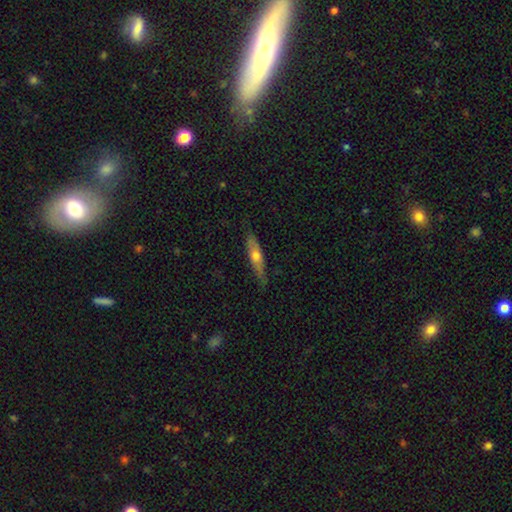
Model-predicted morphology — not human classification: Smooth or featured? Predicted: smooth (p=0.49). Merging? Predicted: none (p=0.76).